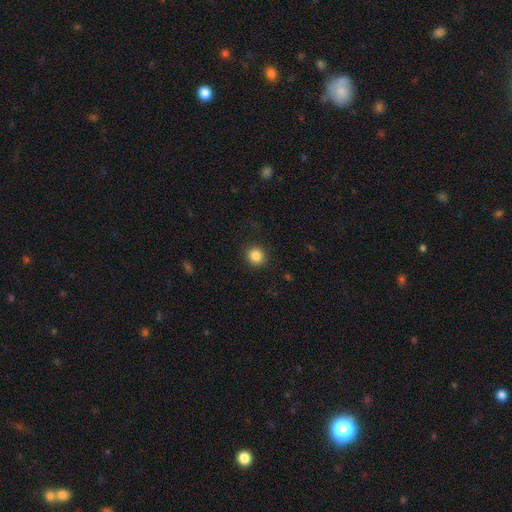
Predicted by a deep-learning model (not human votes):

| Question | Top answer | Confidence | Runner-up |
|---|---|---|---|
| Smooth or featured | smooth | 86% | star or artifact (10%) |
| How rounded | round | 89% | in between (10%) |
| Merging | none | 90% | minor disturbance (7%) |